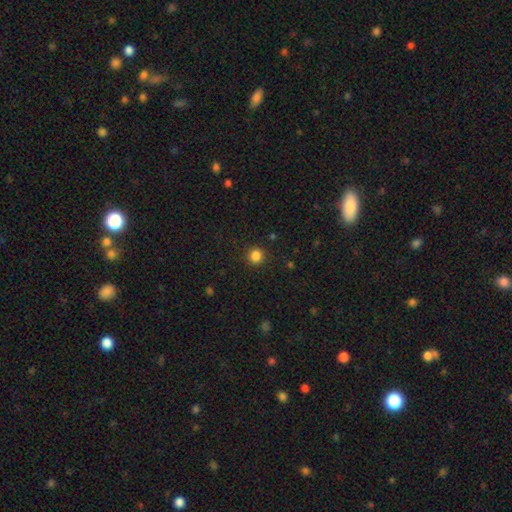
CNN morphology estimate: A smooth galaxy with no disk features (85%) that is round (93%). Merging: none (91%).